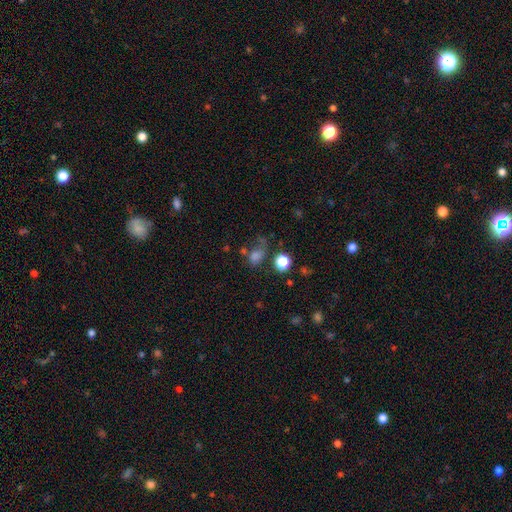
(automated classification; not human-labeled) Smooth or featured? Predicted: smooth (p=0.65). How rounded? Predicted: in between (p=0.59). Merging? Predicted: none (p=0.42).